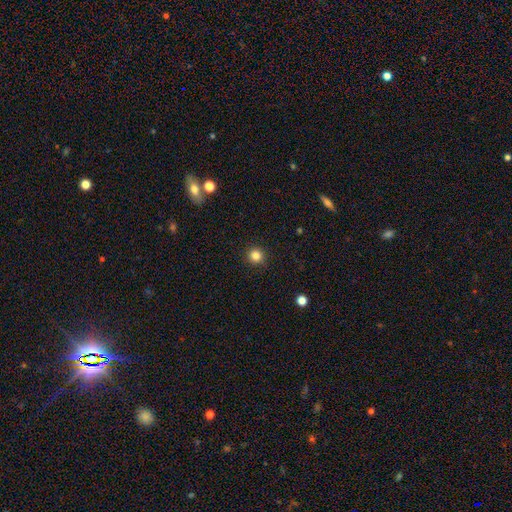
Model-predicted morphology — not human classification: type=smooth (84%); roundness=round (95%); merging=none (93%).